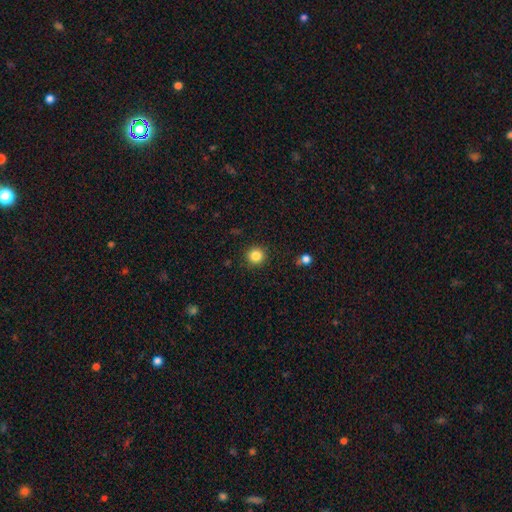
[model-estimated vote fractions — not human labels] smooth-or-featured: smooth: 84% | star or artifact: 11% | featured or disk: 5%
  how-rounded: round: 93% | in between: 6% | cigar-shaped: 1%
  merging: none: 91% | minor disturbance: 6% | major disturbance: 2% | merger: 1%